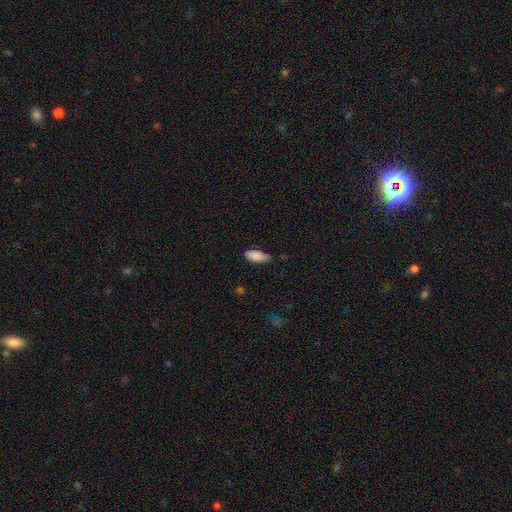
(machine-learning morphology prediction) Smooth or featured? smooth (87%)
How rounded? in between (77%)
Merging? none (67%)